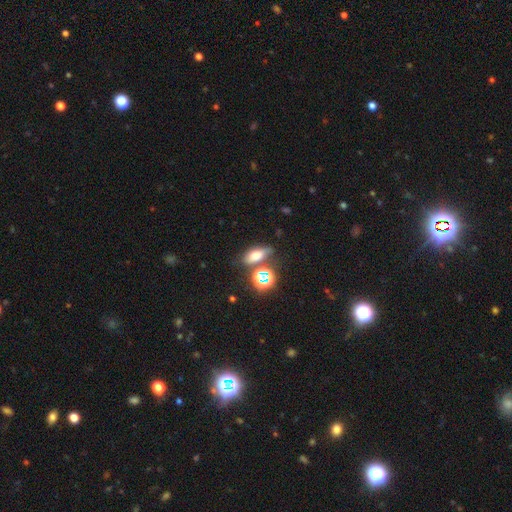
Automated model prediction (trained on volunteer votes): Smooth or featured? smooth (61%)
How rounded? in between (64%)
Merging? none (66%)